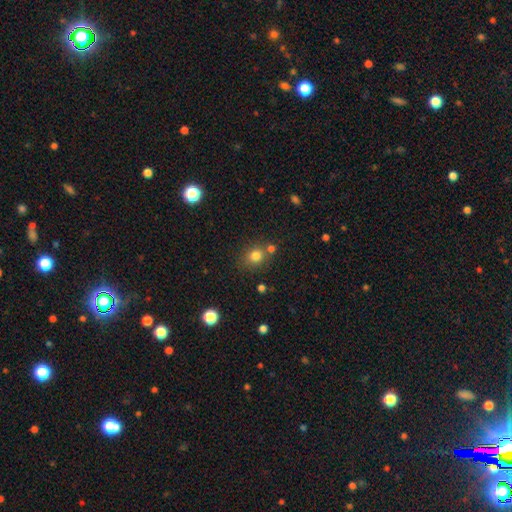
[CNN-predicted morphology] Smooth or featured? smooth (79%)
How rounded? round (70%)
Merging? none (69%)